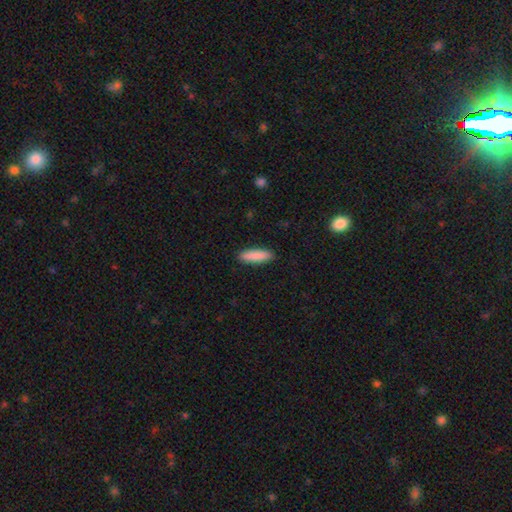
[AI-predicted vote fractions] A smooth galaxy with no disk features (89%) that is cigar-shaped (67%). Merging: none (90%).